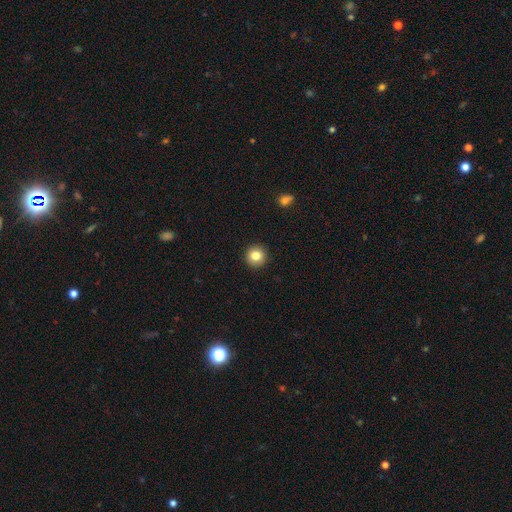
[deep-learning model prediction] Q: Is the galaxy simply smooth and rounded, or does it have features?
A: smooth — 82%.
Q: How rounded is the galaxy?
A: round — 94%.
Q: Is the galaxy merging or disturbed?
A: none — 93%.